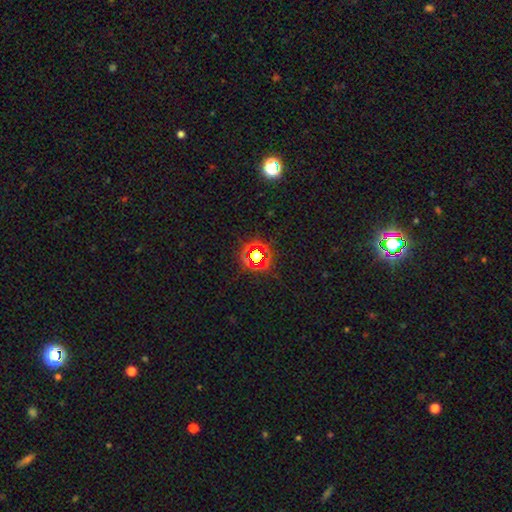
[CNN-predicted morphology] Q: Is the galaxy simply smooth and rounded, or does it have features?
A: star or artifact — 70%.